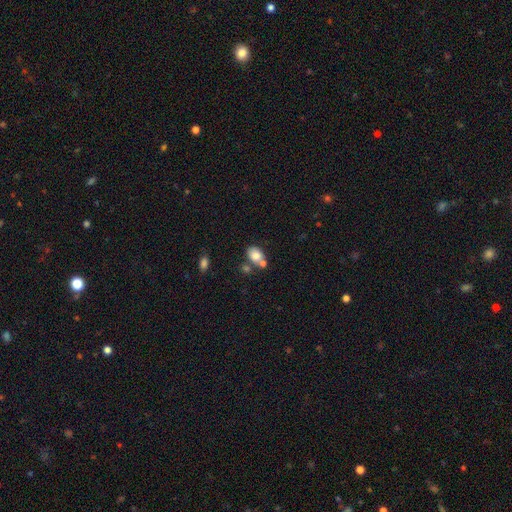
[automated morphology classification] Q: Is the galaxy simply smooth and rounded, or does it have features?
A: smooth — 79%.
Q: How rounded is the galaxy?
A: in between — 69%.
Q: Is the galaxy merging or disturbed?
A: none — 46%.